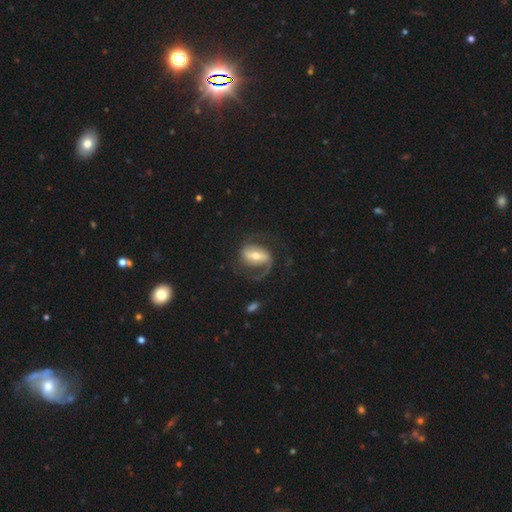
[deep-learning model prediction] Smooth or featured? featured or disk (83%)
Edge-on disk? no (96%)
Bar? strong (47%)
Spiral arms? yes (94%)
Spiral winding? medium (50%)
Spiral arm count? 2 (78%)
Bulge size? moderate (56%)
Merging? none (65%)